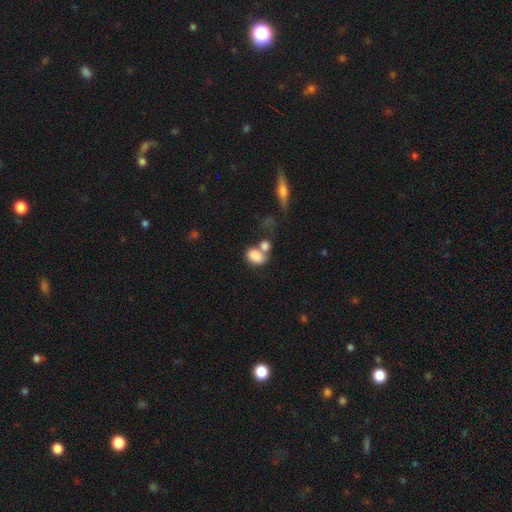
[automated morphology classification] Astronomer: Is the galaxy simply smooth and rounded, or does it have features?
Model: smooth — 81%.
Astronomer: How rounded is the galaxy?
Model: in between — 80%.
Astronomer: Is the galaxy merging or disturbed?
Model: merger — 49% (runner-up: none, 31%).